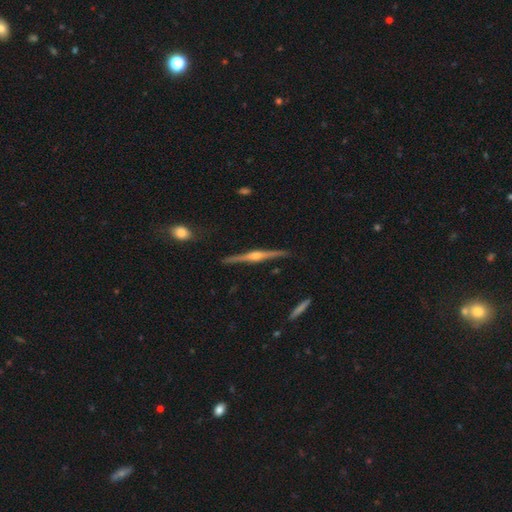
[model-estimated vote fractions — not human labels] smooth_or_featured: featured or disk (p=0.87) [alt: smooth p=0.08]
disk_edge_on: yes (p=0.99) [alt: no p=0.01]
edge_on_bulge: rounded (p=0.93) [alt: boxy p=0.04]
merging: none (p=0.90) [alt: minor disturbance p=0.07]